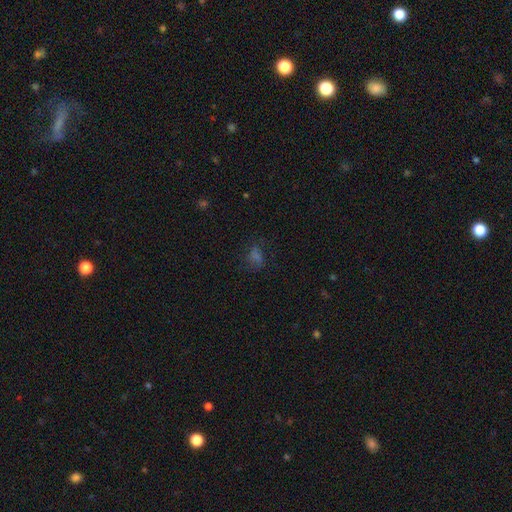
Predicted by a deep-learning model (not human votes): Morphology: type=smooth (48%); merging=none (67%).